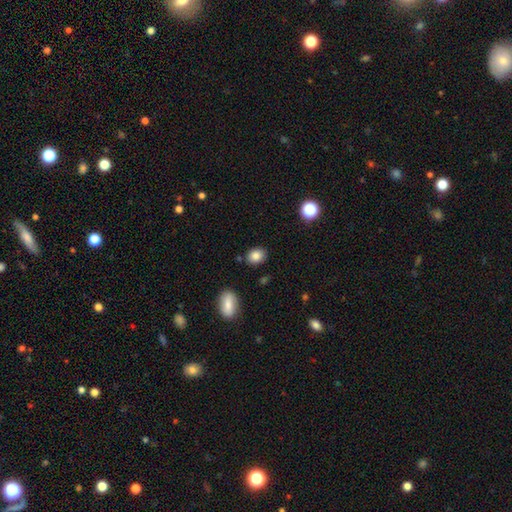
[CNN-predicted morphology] Overall: smooth (85%). How rounded: in between (58%; round 41%). Merging: none (85%).